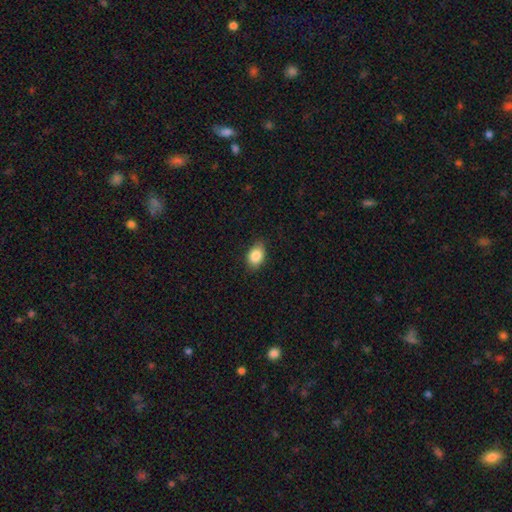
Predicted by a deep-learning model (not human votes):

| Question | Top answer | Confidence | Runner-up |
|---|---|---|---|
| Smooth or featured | smooth | 86% | star or artifact (8%) |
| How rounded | in between | 80% | round (18%) |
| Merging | none | 82% | minor disturbance (15%) |